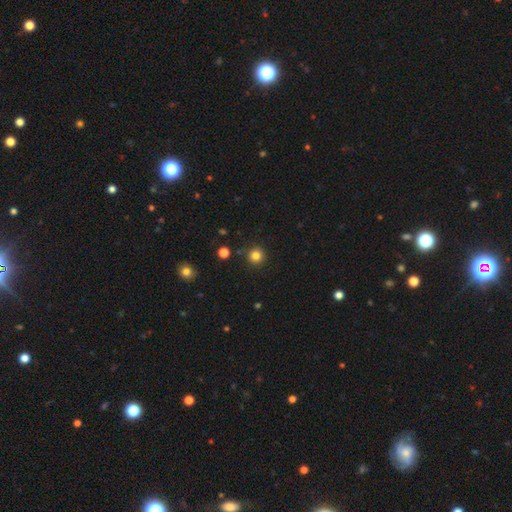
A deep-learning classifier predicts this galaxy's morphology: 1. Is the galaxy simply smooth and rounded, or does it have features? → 82% smooth, 13% star or artifact, 5% featured or disk.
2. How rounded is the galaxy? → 95% round, 4% in between, 1% cigar-shaped.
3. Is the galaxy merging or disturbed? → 90% none, 6% minor disturbance, 2% merger, 2% major disturbance.